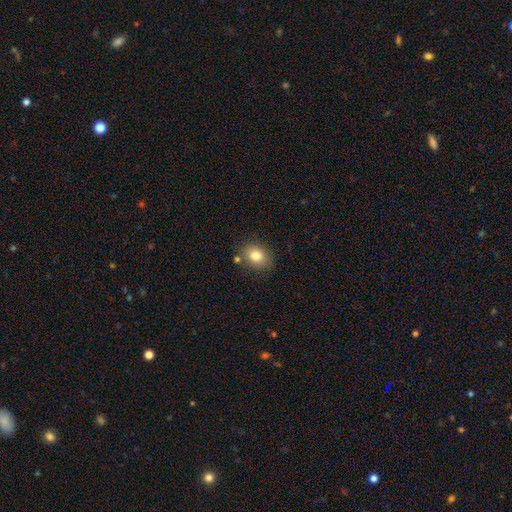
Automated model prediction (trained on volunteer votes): A smooth galaxy with no disk features (81%) that is round (53%).

Vote fractions:
- Smooth or featured? smooth: 81% / star or artifact: 10% / featured or disk: 9%
- How rounded? round: 53% / in between: 46% / cigar-shaped: 1%
- Merging? none: 79% / minor disturbance: 12% / merger: 6% / major disturbance: 3%